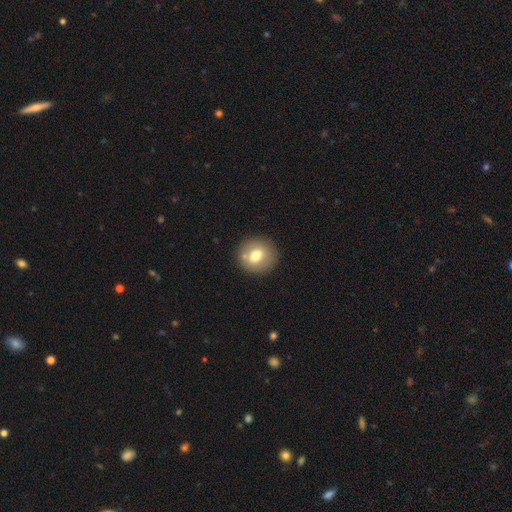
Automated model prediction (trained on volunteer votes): Smooth or featured: smooth — 70% (featured or disk — 21%)
How rounded: round — 85% (in between — 14%)
Merging: none — 84% (minor disturbance — 9%)